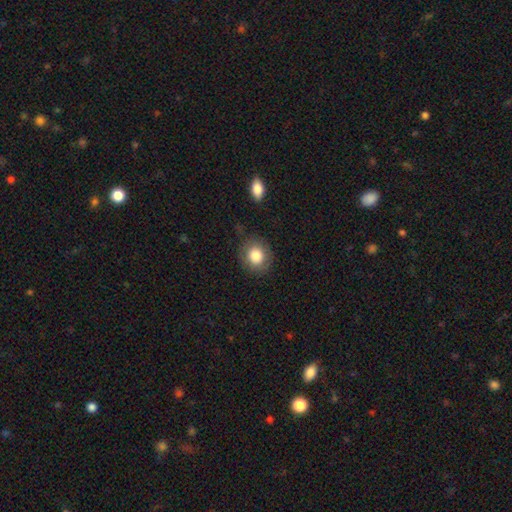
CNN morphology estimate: This is clearly a smooth galaxy (82%). How rounded: likely round (78%). Merging: clearly none (82%).